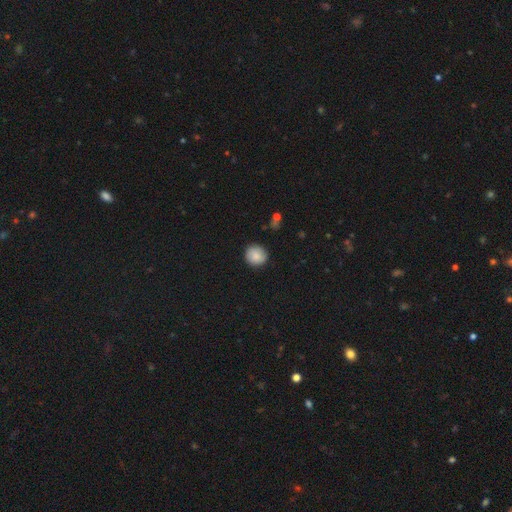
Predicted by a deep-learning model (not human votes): Smooth or featured? smooth (87%)
How rounded? round (90%)
Merging? none (89%)